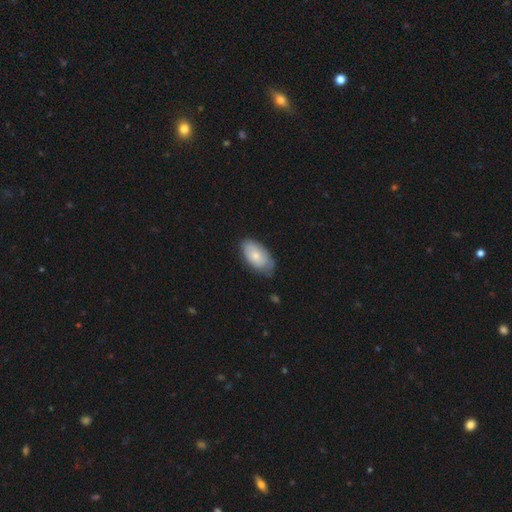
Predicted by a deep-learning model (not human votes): A smooth galaxy with no disk features (68%) that is in between round and cigar-shaped (94%).

Vote fractions:
- Smooth or featured? smooth: 68% / featured or disk: 26% / star or artifact: 6%
- How rounded? in between: 94% / round: 4% / cigar-shaped: 2%
- Merging? none: 66% / minor disturbance: 27% / major disturbance: 5% / merger: 1%